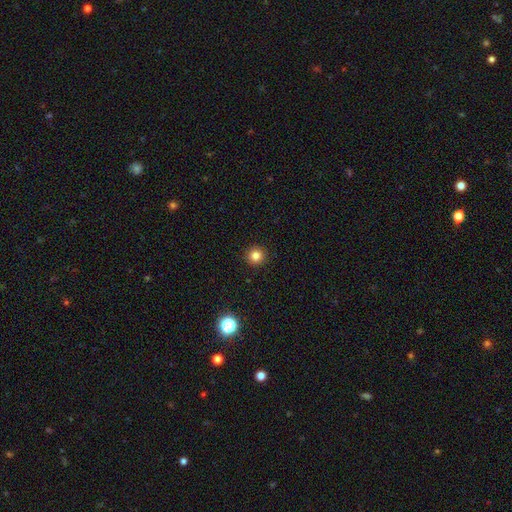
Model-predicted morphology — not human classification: Overall: smooth (83%). How rounded: round (95%). Merging: none (93%).